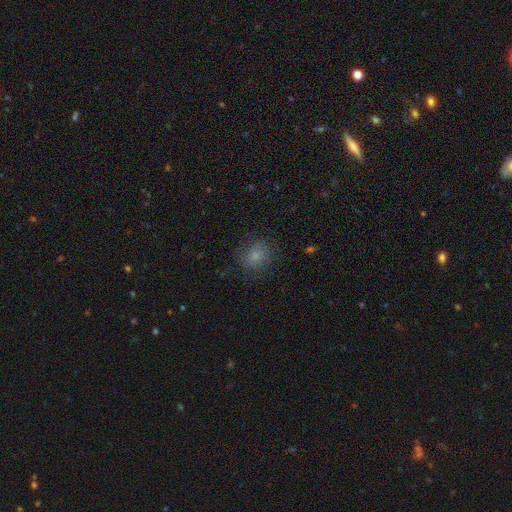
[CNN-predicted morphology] A smooth galaxy with no disk features (78%) that is round (78%).

Vote fractions:
- Smooth or featured? smooth: 78% / star or artifact: 11% / featured or disk: 10%
- How rounded? round: 78% / in between: 21% / cigar-shaped: 1%
- Merging? none: 78% / minor disturbance: 15% / major disturbance: 6% / merger: 1%